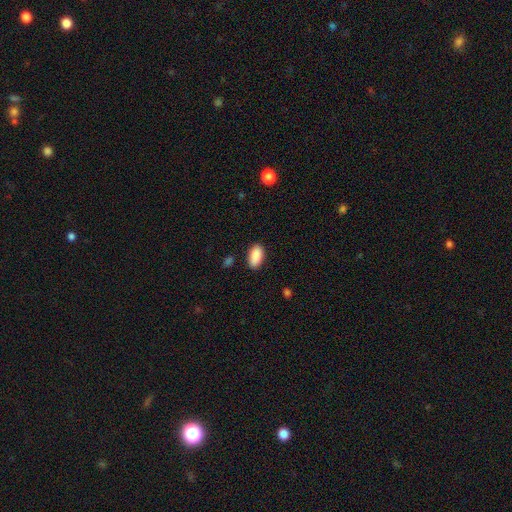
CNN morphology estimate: smooth_or_featured: smooth (p=0.90) [alt: star or artifact p=0.07]
how_rounded: in between (p=0.94) [alt: cigar-shaped p=0.03]
merging: none (p=0.86) [alt: minor disturbance p=0.10]